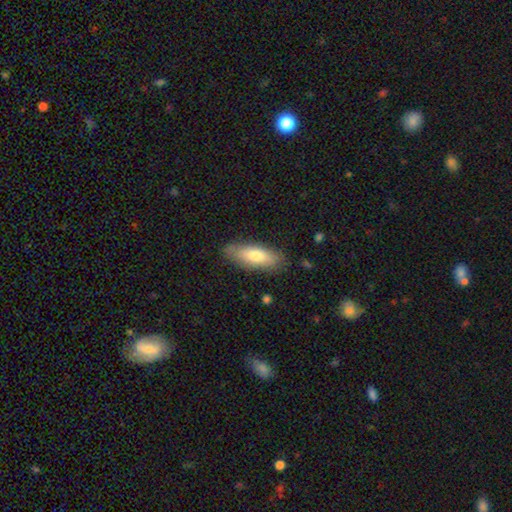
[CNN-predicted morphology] Smooth or featured: smooth — 72% (featured or disk — 22%)
How rounded: in between — 67% (cigar-shaped — 31%)
Merging: none — 83% (minor disturbance — 13%)